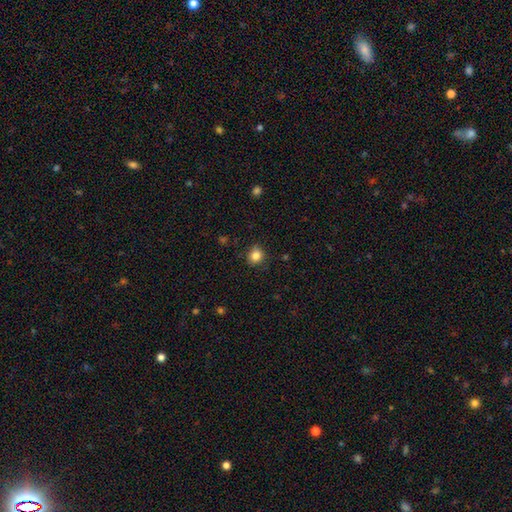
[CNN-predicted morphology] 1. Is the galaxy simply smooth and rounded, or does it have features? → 84% smooth, 11% star or artifact, 5% featured or disk.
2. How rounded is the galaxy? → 83% round, 16% in between, 1% cigar-shaped.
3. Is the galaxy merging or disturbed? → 86% none, 10% minor disturbance, 2% major disturbance, 1% merger.